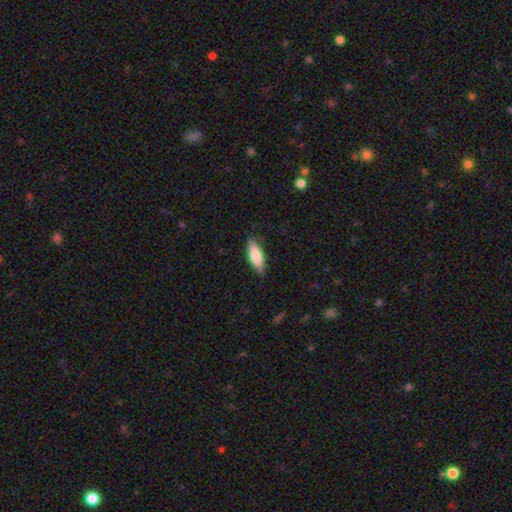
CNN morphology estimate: smooth-or-featured: smooth: 78% | featured or disk: 16% | star or artifact: 6%
  how-rounded: in between: 68% | cigar-shaped: 30% | round: 2%
  merging: none: 82% | minor disturbance: 14% | major disturbance: 2% | merger: 1%